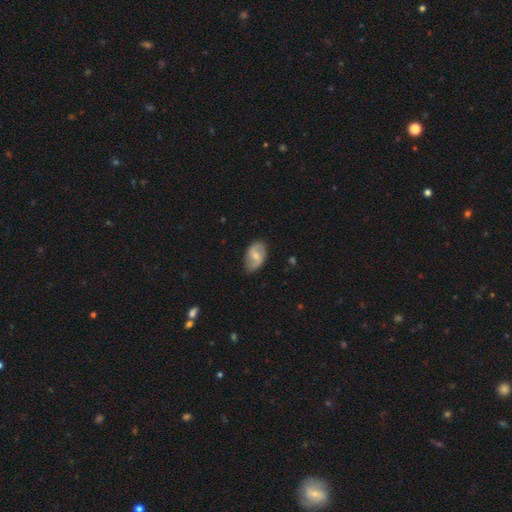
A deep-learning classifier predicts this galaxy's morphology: smooth-or-featured: featured or disk: 58% | smooth: 36% | star or artifact: 6%
  disk-edge-on: no: 95% | yes: 5%
    bar: weak: 49% | no: 34% | strong: 17%
    has-spiral-arms: yes: 77% | no: 23%
    bulge-size: moderate: 57% | small: 38% | large: 2% | none: 2% | dominant: 1%
  merging: none: 73% | minor disturbance: 21% | major disturbance: 4% | merger: 1%